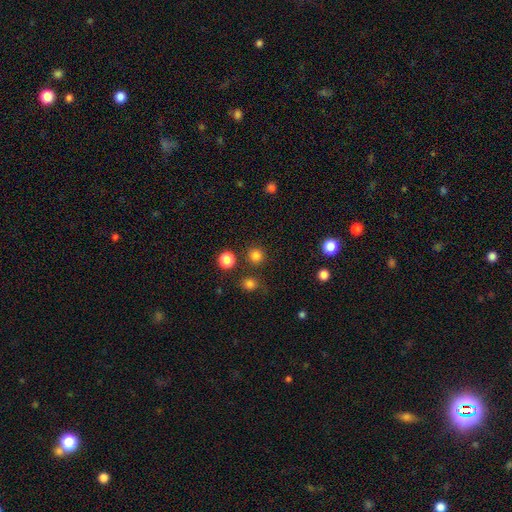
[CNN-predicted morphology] Smooth or featured? Predicted: smooth (p=0.81). How rounded? Predicted: round (p=0.93). Merging? Predicted: none (p=0.85).